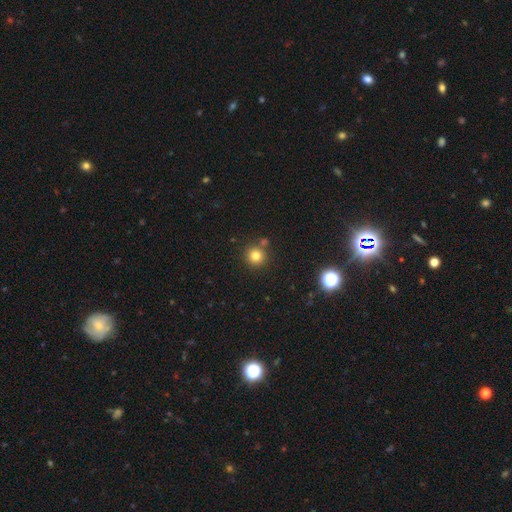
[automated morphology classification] This appears to be a smooth galaxy with no disk features (81%) that is round (94%). Merging: none (78%).